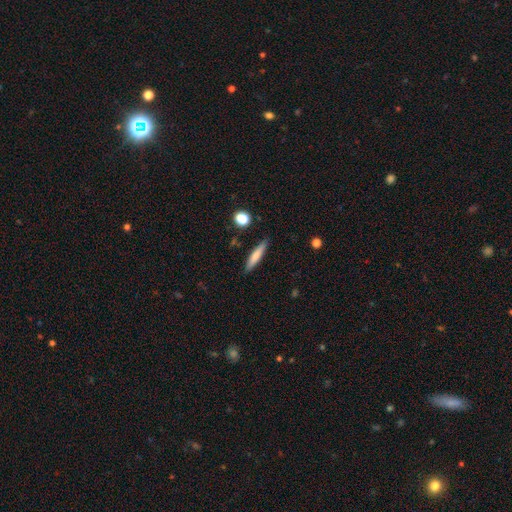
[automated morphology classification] This appears to be a smooth galaxy with no disk features (71%) that is cigar-shaped (89%). Merging: none (88%).